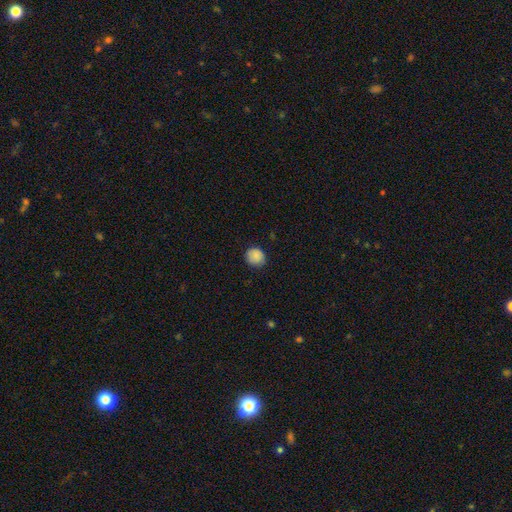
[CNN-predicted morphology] smooth-or-featured: smooth: 87% | star or artifact: 8% | featured or disk: 5%
  how-rounded: round: 84% | in between: 15% | cigar-shaped: 1%
  merging: none: 85% | minor disturbance: 12% | major disturbance: 2% | merger: 1%